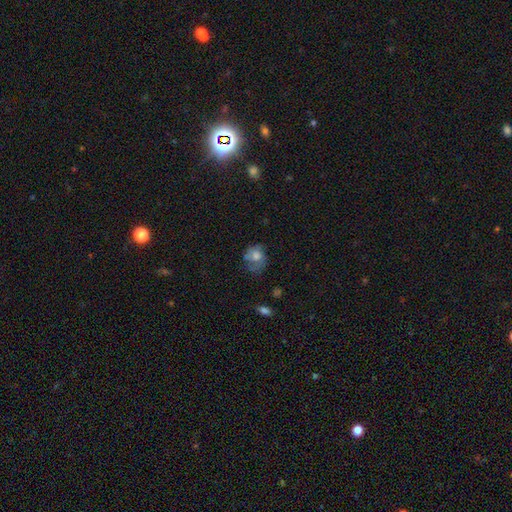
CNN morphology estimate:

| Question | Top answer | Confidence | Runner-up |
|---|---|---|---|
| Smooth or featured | smooth | 60% | featured or disk (30%) |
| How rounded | round | 61% | in between (38%) |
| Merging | none | 42% | minor disturbance (29%) |